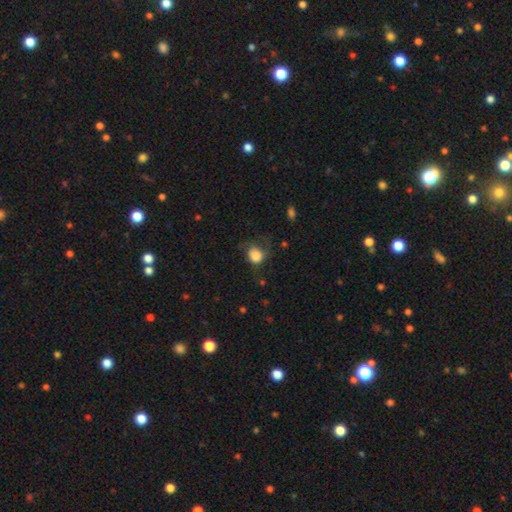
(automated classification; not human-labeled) A smooth galaxy with no disk features (78%) that is round (72%).

Vote fractions:
- Smooth or featured? smooth: 78% / featured or disk: 14% / star or artifact: 8%
- How rounded? round: 72% / in between: 27% / cigar-shaped: 1%
- Merging? none: 42% / major disturbance: 31% / minor disturbance: 25% / merger: 2%